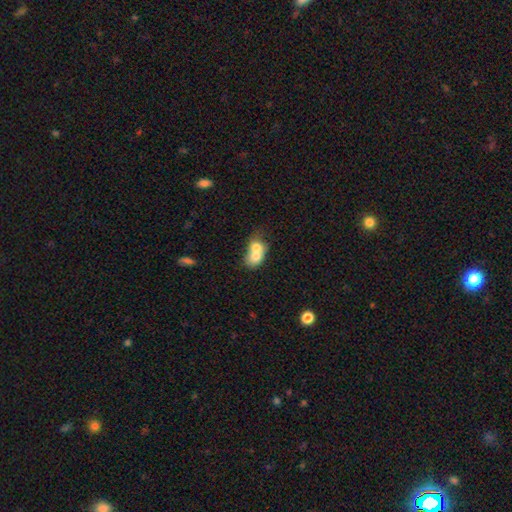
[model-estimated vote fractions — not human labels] This appears to be a smooth galaxy with no disk features (68%) that is in between round and cigar-shaped (53%). Merging: merger (77%).